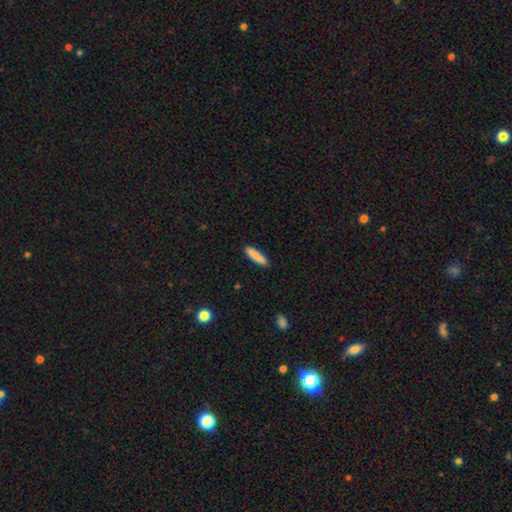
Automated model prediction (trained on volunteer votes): This appears to be a smooth galaxy with no disk features (86%) that is cigar-shaped (85%). Merging: none (91%).